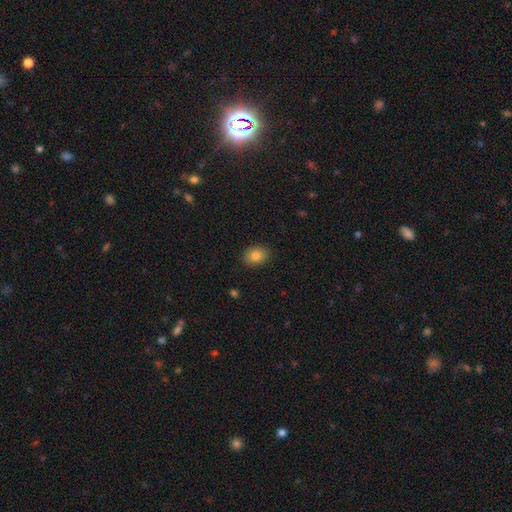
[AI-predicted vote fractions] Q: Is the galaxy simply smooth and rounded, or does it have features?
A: smooth — 83%.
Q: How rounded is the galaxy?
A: in between — 62%.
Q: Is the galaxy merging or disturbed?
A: none — 88%.